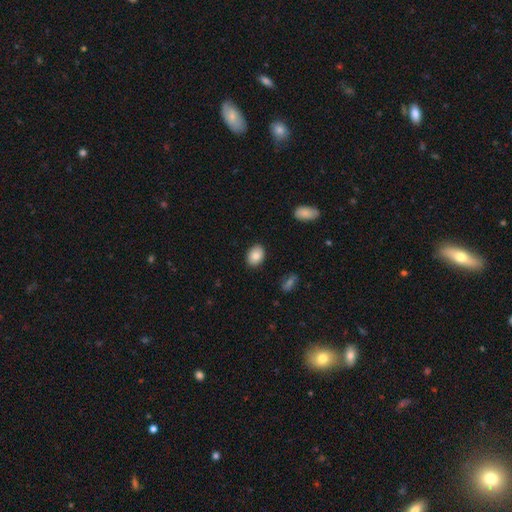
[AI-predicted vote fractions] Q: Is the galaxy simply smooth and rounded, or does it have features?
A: smooth — 83%.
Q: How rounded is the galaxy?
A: in between — 82%.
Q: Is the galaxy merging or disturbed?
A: none — 88%.